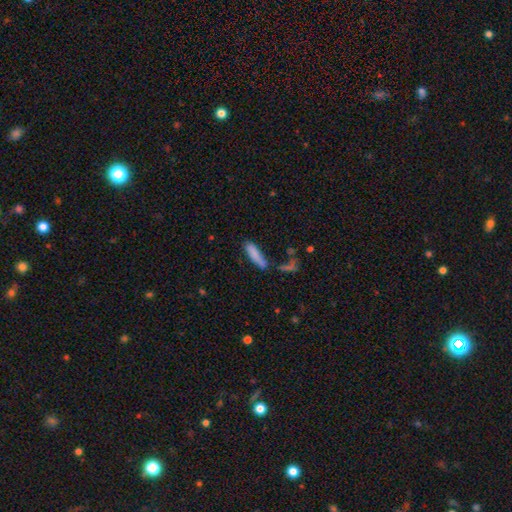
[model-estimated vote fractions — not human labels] smooth 82%, featured or disk 10%, star or artifact 8%. Down the decision tree: how rounded — cigar-shaped (70%); merging — none (56%).